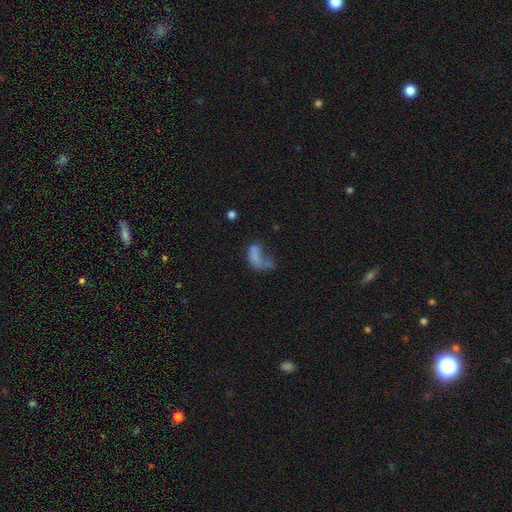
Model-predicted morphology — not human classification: smooth_or_featured: smooth (p=0.61) [alt: featured or disk p=0.25]
how_rounded: in between (p=0.86) [alt: round p=0.10]
merging: major disturbance (p=0.43) [alt: merger p=0.23]